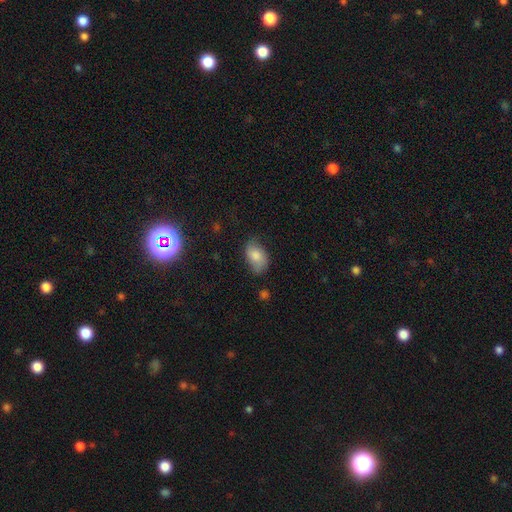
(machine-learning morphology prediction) Q: Smooth or featured?
A: smooth (76%); runner-up: featured or disk (17%)
Q: How rounded?
A: in between (89%); runner-up: round (9%)
Q: Merging?
A: none (63%); runner-up: minor disturbance (28%)